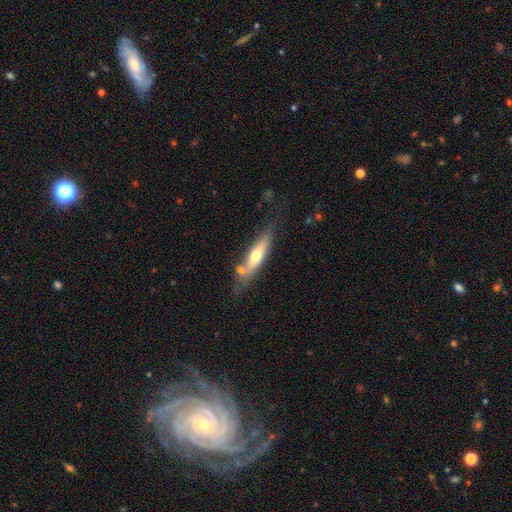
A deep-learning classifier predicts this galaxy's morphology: Smooth or featured? smooth (53%)
How rounded? cigar-shaped (68%)
Merging? none (61%)